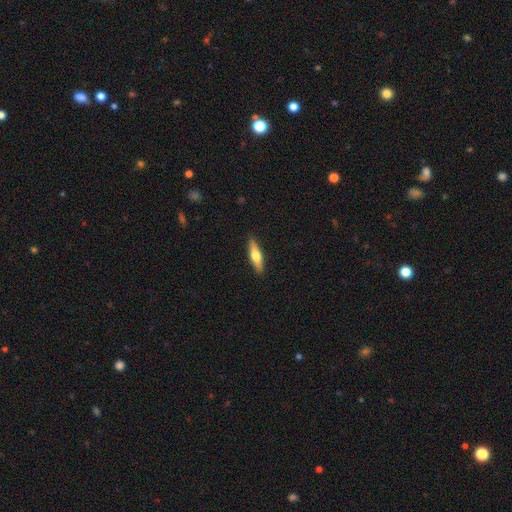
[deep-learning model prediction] Morphology: type=smooth (51%); roundness=cigar-shaped (67%); merging=none (90%).